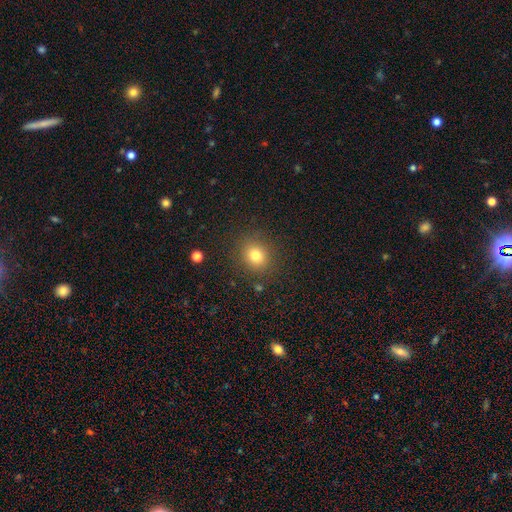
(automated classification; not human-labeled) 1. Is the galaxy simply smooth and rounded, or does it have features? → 78% smooth, 14% star or artifact, 8% featured or disk.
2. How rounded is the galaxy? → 77% round, 22% in between, 1% cigar-shaped.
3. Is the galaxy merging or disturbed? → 86% none, 8% minor disturbance, 4% major disturbance, 2% merger.